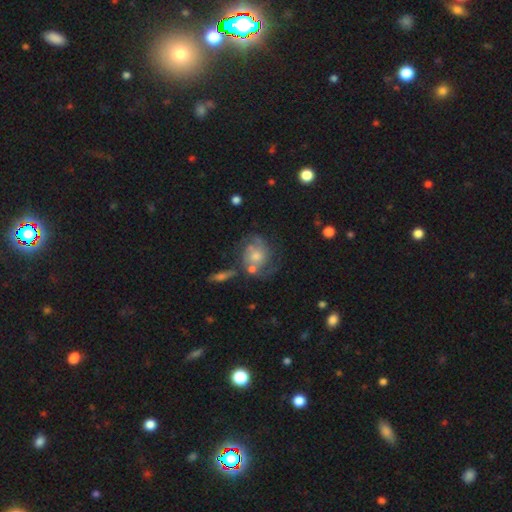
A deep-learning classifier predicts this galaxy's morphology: smooth-or-featured: featured or disk: 69% | smooth: 22% | star or artifact: 9%
  disk-edge-on: no: 97% | yes: 3%
    bar: no: 78% | weak: 19% | strong: 3%
    has-spiral-arms: yes: 83% | no: 17%
      spiral-winding: medium: 41% | tight: 40% | loose: 18%
      spiral-arm-count: 2: 46% | can't tell: 28% | 3: 11% | 1: 7% | 4: 4% | more than 4: 3%
    bulge-size: moderate: 49% | small: 34% | large: 9% | none: 6% | dominant: 2%
  merging: none: 51% | minor disturbance: 20% | major disturbance: 16% | merger: 13%